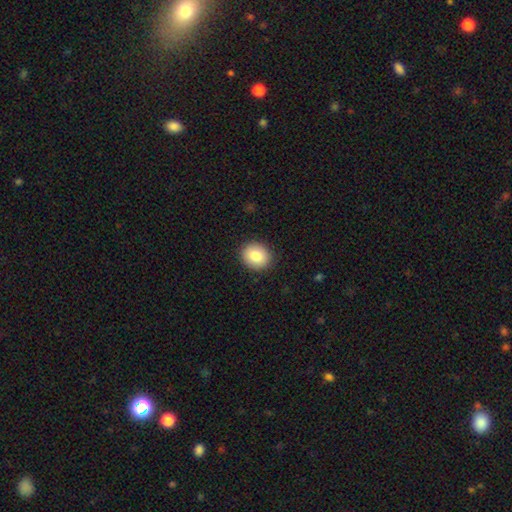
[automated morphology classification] This is clearly a smooth galaxy (85%). How rounded: likely round (69%). Merging: clearly none (90%).